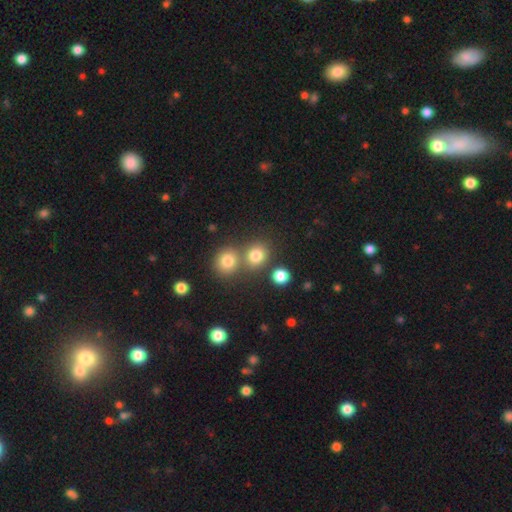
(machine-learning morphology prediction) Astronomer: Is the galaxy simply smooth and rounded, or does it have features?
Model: smooth — 79%.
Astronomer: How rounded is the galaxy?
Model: round — 78%.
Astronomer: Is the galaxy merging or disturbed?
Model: none — 60%.